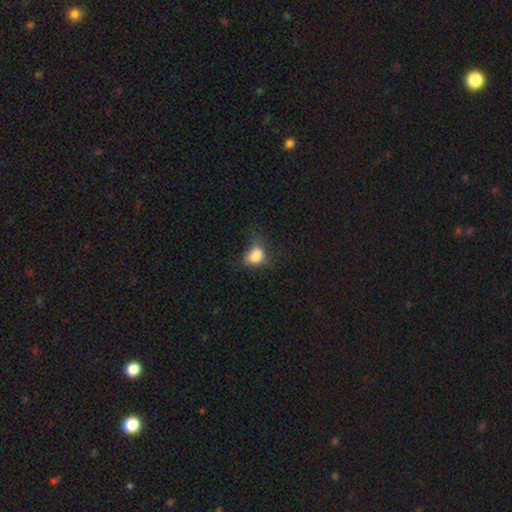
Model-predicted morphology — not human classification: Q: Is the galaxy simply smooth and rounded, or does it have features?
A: smooth — 81%.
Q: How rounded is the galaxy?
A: in between — 61%.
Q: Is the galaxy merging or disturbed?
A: none — 34%.